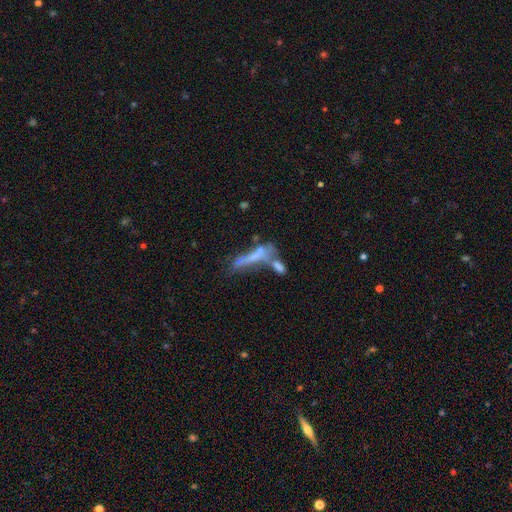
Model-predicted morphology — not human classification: smooth_or_featured: featured or disk (p=0.49) [alt: smooth p=0.38]
merging: merger (p=0.49) [alt: major disturbance p=0.20]